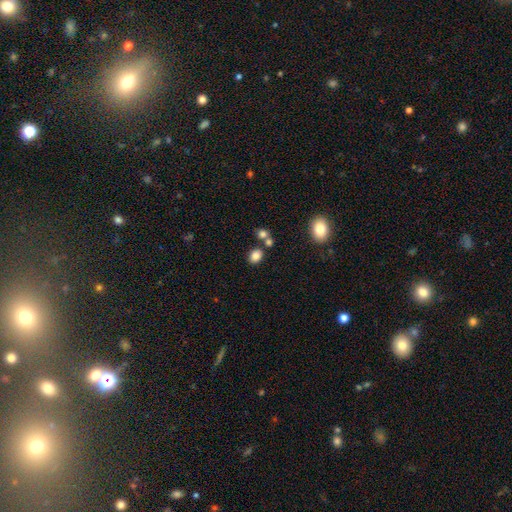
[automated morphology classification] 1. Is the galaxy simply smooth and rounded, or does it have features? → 83% smooth, 11% star or artifact, 6% featured or disk.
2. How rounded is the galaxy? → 56% in between, 43% round, 1% cigar-shaped.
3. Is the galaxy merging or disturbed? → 69% none, 17% merger, 10% minor disturbance, 4% major disturbance.